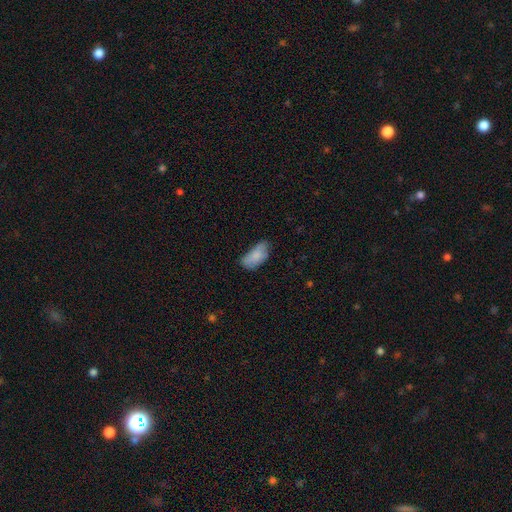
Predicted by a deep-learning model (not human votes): Overall: smooth (80%). How rounded: in between (93%). Merging: none (49%; minor disturbance 37%).